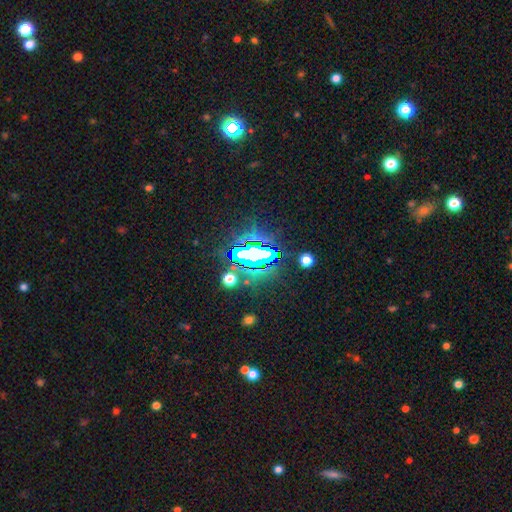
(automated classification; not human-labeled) Smooth or featured?
  - star or artifact: 72% *
  - smooth: 16%
  - featured or disk: 13%